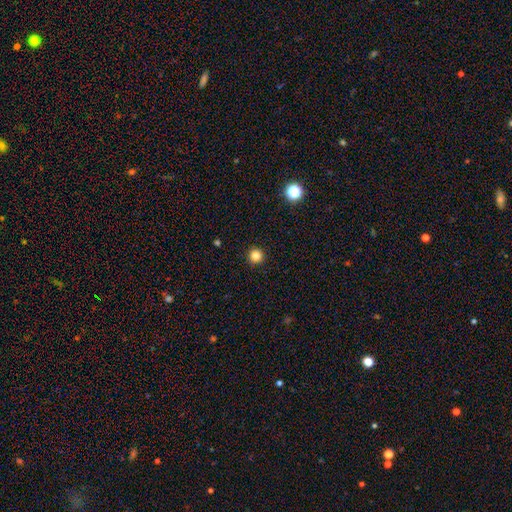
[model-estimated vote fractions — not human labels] A smooth galaxy with no disk features (83%) that is round (96%). Merging: none (93%).